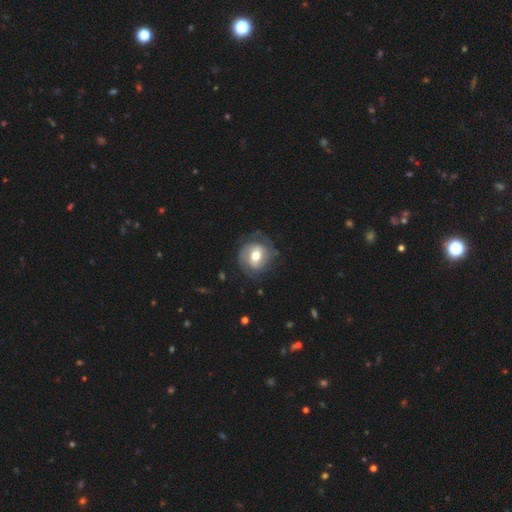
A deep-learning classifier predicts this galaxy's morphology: Smooth or featured? Predicted: featured or disk (p=0.78). Edge-on disk? Predicted: no (p=0.97). Bar? Predicted: weak (p=0.42). Spiral arms? Predicted: yes (p=0.92). Spiral winding? Predicted: tight (p=0.54). Spiral arm count? Predicted: 2 (p=0.67). Bulge size? Predicted: moderate (p=0.73). Merging? Predicted: none (p=0.74).